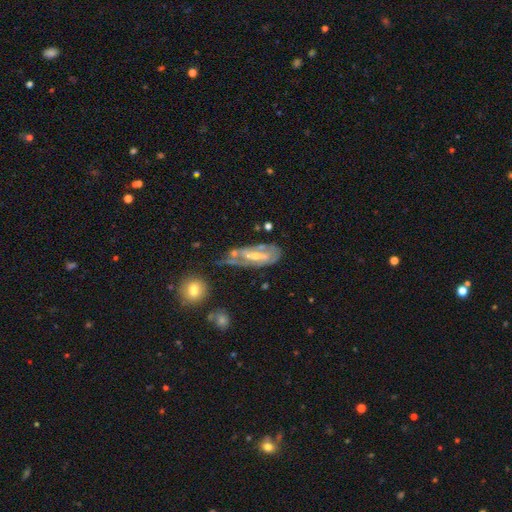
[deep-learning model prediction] smooth_or_featured: featured or disk (p=0.72) [alt: smooth p=0.21]
disk_edge_on: no (p=0.86) [alt: yes p=0.14]
bar: weak (p=0.39) [alt: strong p=0.35]
has_spiral_arms: yes (p=0.68) [alt: no p=0.32]
bulge_size: small (p=0.47) [alt: moderate p=0.44]
merging: none (p=0.37) [alt: minor disturbance p=0.28]